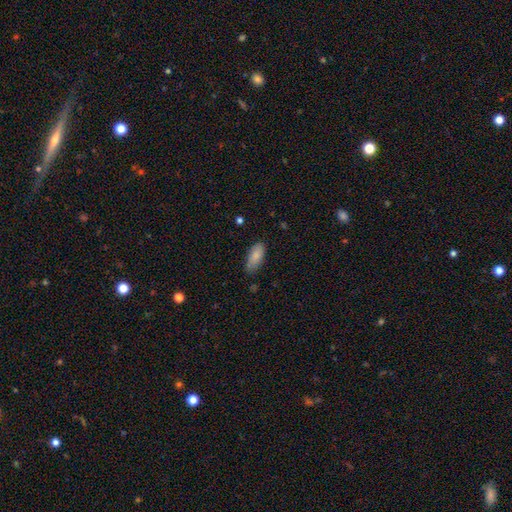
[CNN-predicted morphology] The model was most divided on "merging": none: 71%, minor disturbance: 23%, major disturbance: 4%, merger: 2%. More confident: smooth or featured — smooth (85%); how rounded — in between (84%).